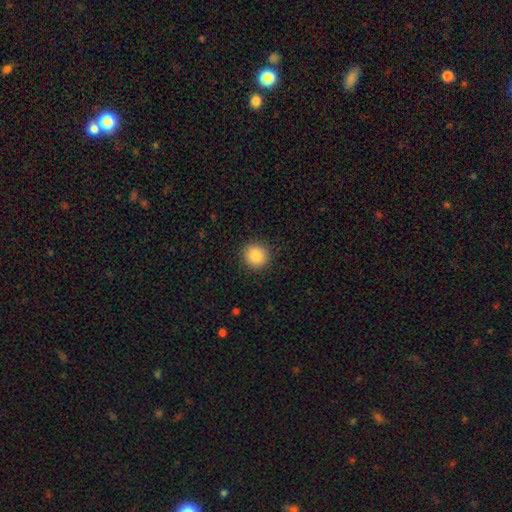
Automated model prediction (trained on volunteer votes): smooth_or_featured: smooth (p=0.87) [alt: star or artifact p=0.09]
how_rounded: round (p=0.92) [alt: in between p=0.07]
merging: none (p=0.91) [alt: minor disturbance p=0.06]